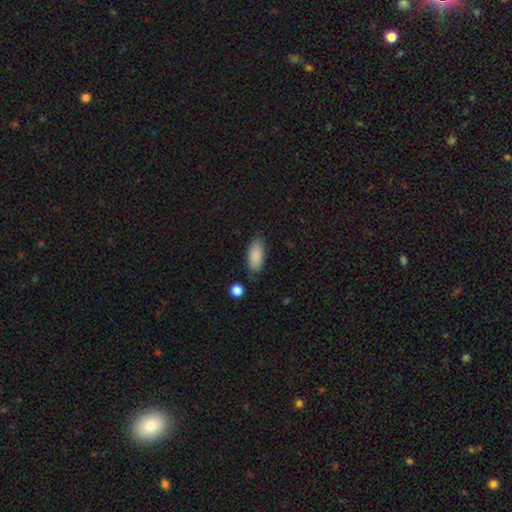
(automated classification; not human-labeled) Q: Smooth or featured?
A: smooth (88%); runner-up: star or artifact (7%)
Q: How rounded?
A: in between (89%); runner-up: cigar-shaped (9%)
Q: Merging?
A: none (77%); runner-up: minor disturbance (17%)